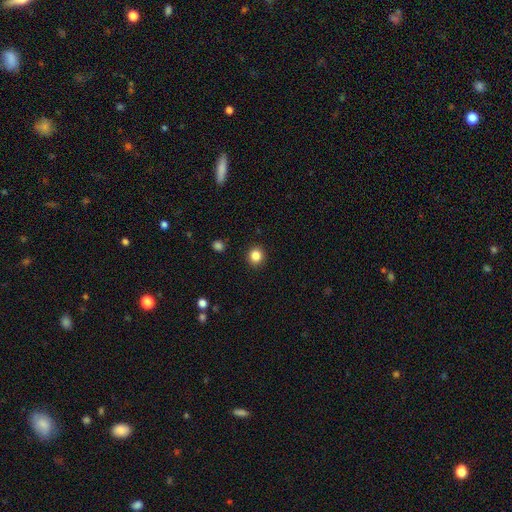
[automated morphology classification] Smooth or featured? Predicted: smooth (p=0.85). How rounded? Predicted: round (p=0.88). Merging? Predicted: none (p=0.92).